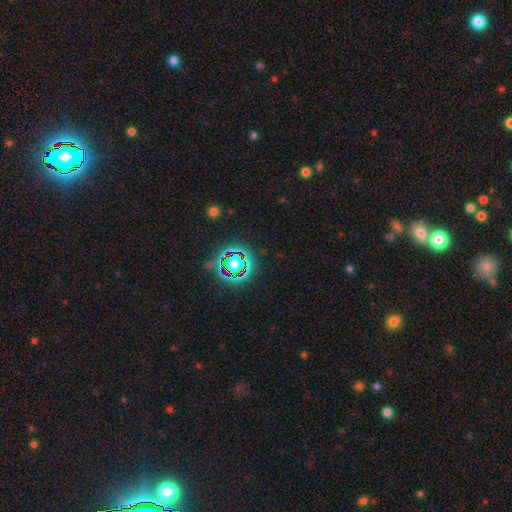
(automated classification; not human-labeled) Morphology: type=star or artifact (73%).